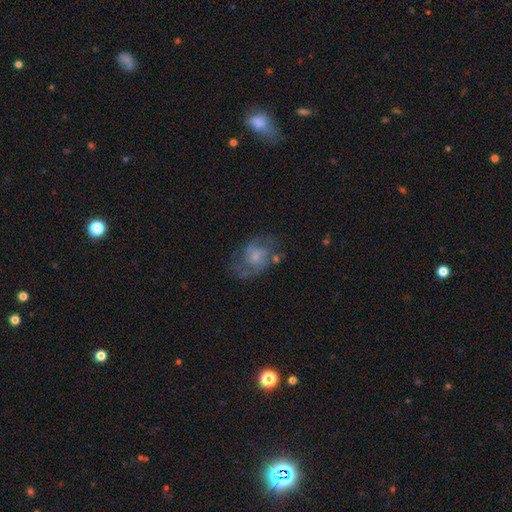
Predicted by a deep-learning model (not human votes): Smooth or featured? featured or disk (69%)
Edge-on disk? no (98%)
Bar? no (63%)
Spiral arms? yes (84%)
Spiral winding? medium (51%)
Spiral arm count? 2 (61%)
Bulge size? small (39%)
Merging? none (58%)